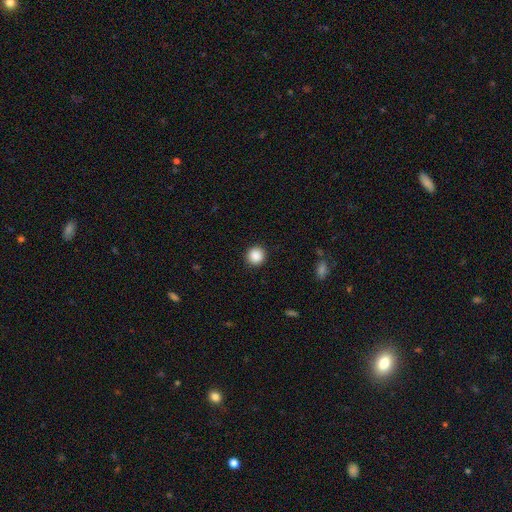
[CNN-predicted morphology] smooth_or_featured: smooth (p=0.88) [alt: star or artifact p=0.09]
how_rounded: round (p=0.92) [alt: in between p=0.07]
merging: none (p=0.91) [alt: minor disturbance p=0.06]